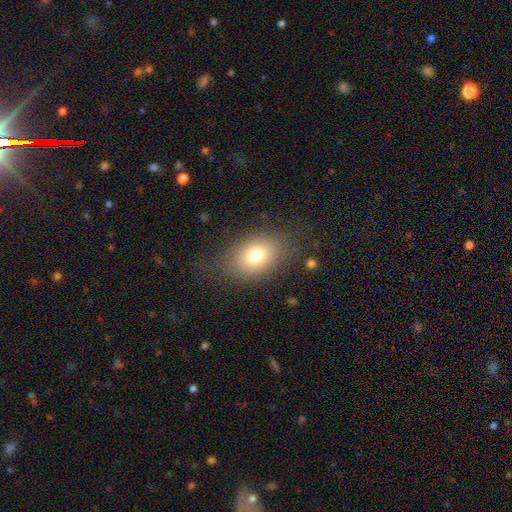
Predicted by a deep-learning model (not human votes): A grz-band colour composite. It shows a smooth galaxy with no disk features (75%) that is in between round and cigar-shaped (72%). Merging: none (75%).